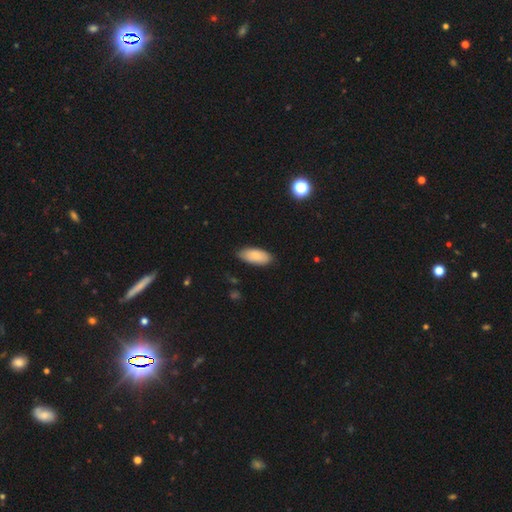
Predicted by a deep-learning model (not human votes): Morphology: type=smooth (84%); roundness=in between (89%); merging=none (82%).